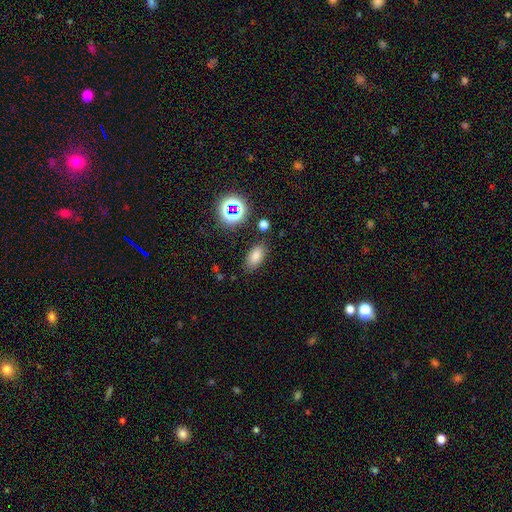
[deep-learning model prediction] Smooth or featured? smooth (75%)
How rounded? in between (88%)
Merging? none (82%)